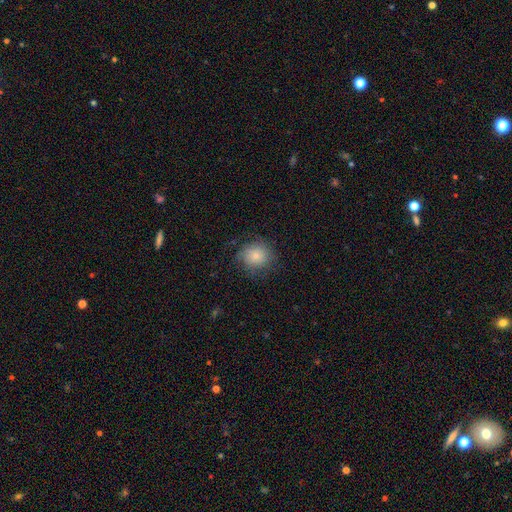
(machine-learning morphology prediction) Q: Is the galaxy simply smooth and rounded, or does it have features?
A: smooth — 80%.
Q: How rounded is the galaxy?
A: round — 86%.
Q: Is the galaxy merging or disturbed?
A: none — 74%.